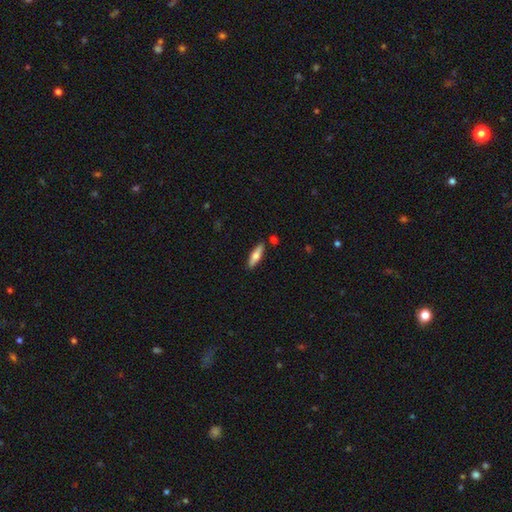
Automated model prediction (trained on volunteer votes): Smooth or featured: smooth — 57% (featured or disk — 37%)
How rounded: cigar-shaped — 65% (in between — 33%)
Merging: none — 86% (minor disturbance — 9%)